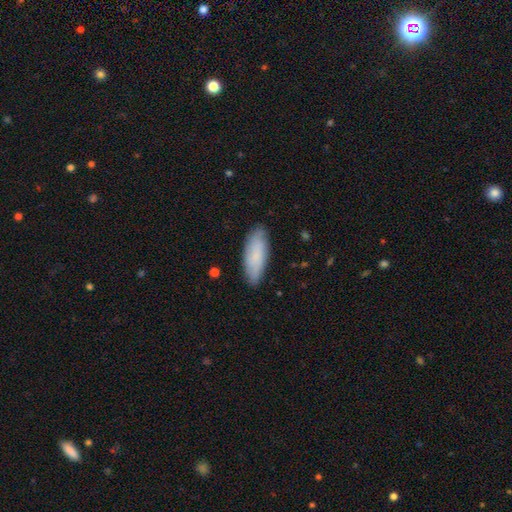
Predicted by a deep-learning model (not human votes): smooth_or_featured: smooth (p=0.73) [alt: featured or disk p=0.20]
how_rounded: in between (p=0.72) [alt: cigar-shaped p=0.26]
merging: none (p=0.83) [alt: minor disturbance p=0.13]